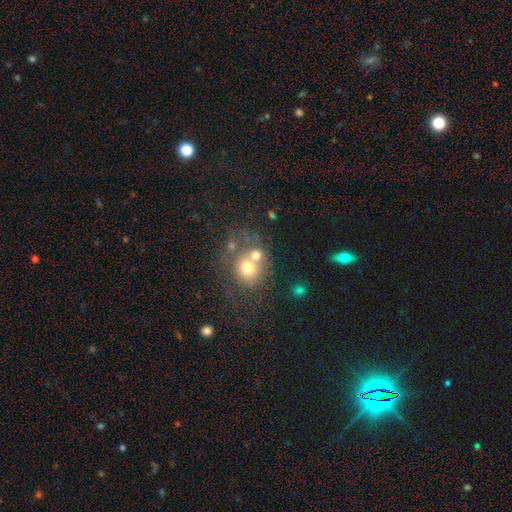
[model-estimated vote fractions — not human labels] Overall: smooth (63%; featured or disk 23%). How rounded: round (76%). Merging: merger (49%; none 34%).